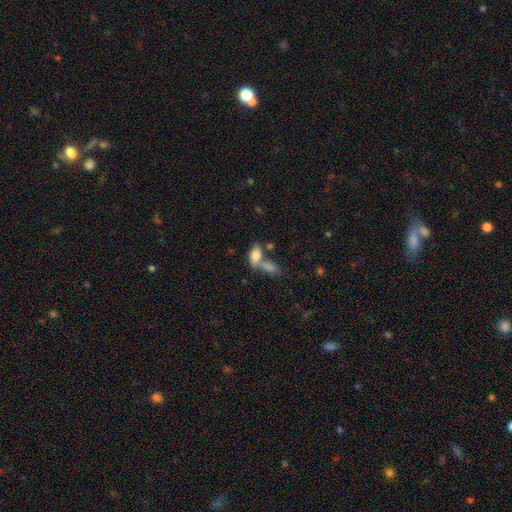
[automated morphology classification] smooth-or-featured: smooth: 80% | featured or disk: 12% | star or artifact: 8%
  how-rounded: in between: 89% | cigar-shaped: 6% | round: 5%
  merging: merger: 45% | none: 39% | minor disturbance: 11% | major disturbance: 5%